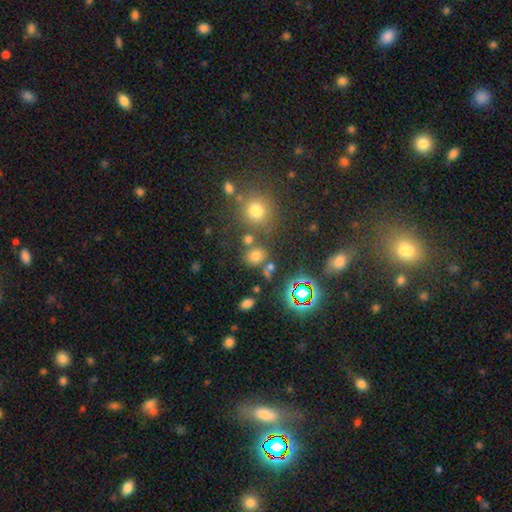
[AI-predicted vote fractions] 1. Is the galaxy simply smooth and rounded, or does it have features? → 66% smooth, 25% star or artifact, 8% featured or disk.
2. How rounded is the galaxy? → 76% round, 22% in between, 1% cigar-shaped.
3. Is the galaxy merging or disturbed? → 70% none, 14% merger, 10% minor disturbance, 5% major disturbance.